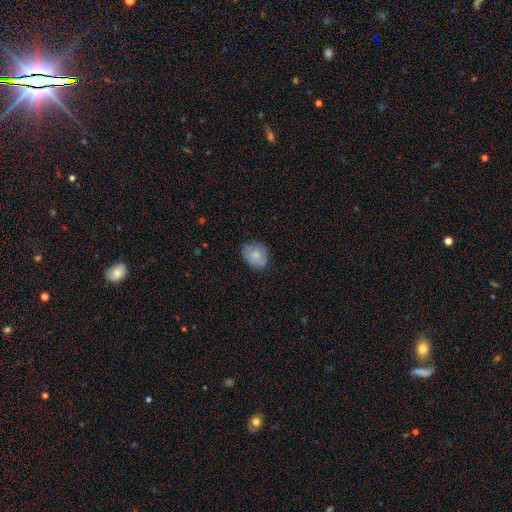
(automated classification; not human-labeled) smooth_or_featured: smooth (p=0.76) [alt: featured or disk p=0.16]
how_rounded: round (p=0.52) [alt: in between p=0.47]
merging: none (p=0.71) [alt: minor disturbance p=0.22]